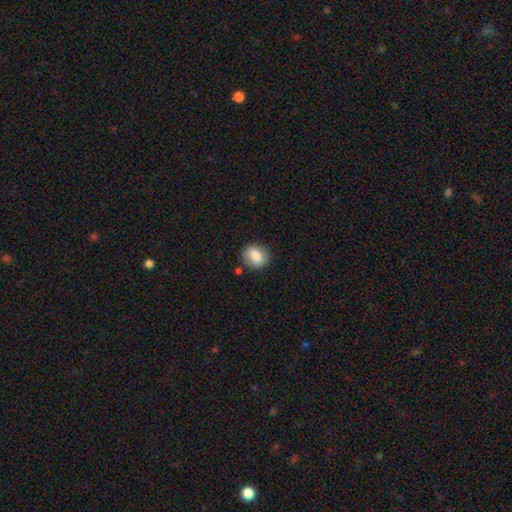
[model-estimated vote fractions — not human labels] This is clearly a smooth galaxy (81%). How rounded: likely round (61%). Merging: likely none (80%).